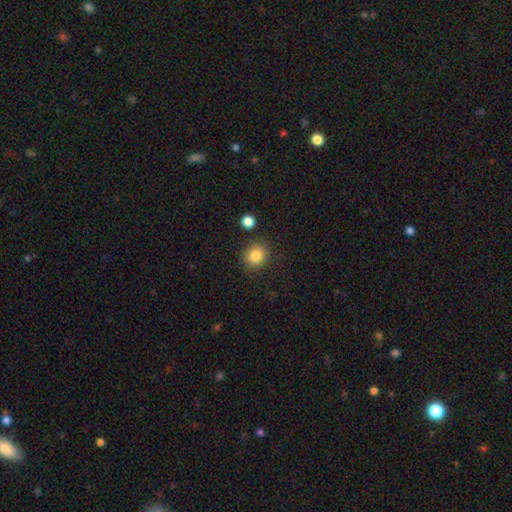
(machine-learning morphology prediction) Smooth or featured?
  - smooth: 84% *
  - star or artifact: 10%
  - featured or disk: 6%
How rounded?
  - round: 85% *
  - in between: 15%
  - cigar-shaped: 1%
Merging?
  - none: 85% *
  - minor disturbance: 9%
  - merger: 3%
  - major disturbance: 3%